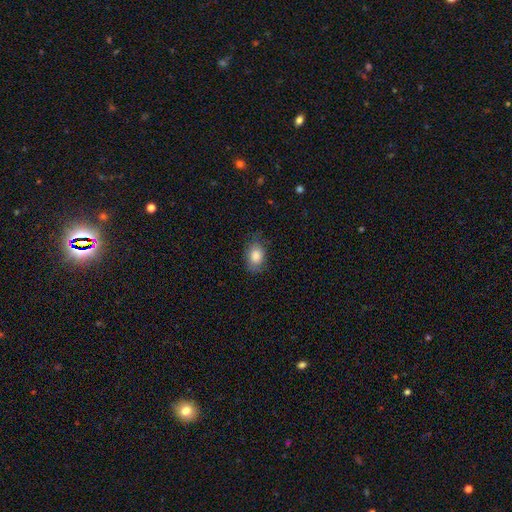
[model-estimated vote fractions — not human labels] This appears to be a smooth galaxy with no disk features (83%) that is in between round and cigar-shaped (78%). Merging: none (70%).